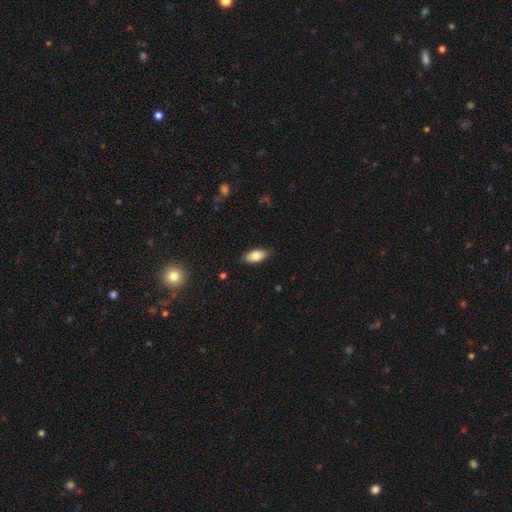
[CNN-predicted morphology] smooth-or-featured: smooth: 83% | featured or disk: 10% | star or artifact: 7%
  how-rounded: in between: 89% | cigar-shaped: 8% | round: 3%
  merging: none: 86% | minor disturbance: 11% | major disturbance: 2% | merger: 1%